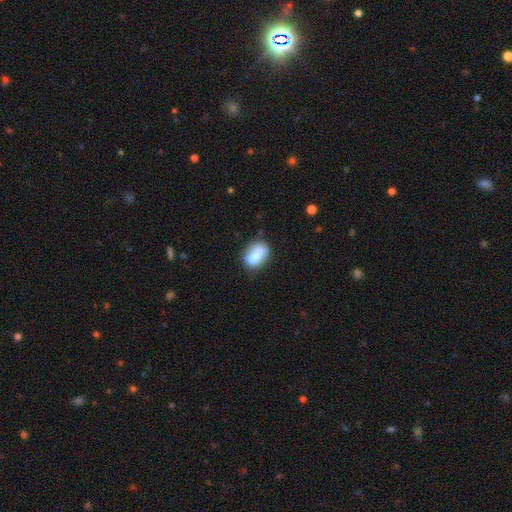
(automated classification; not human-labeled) Smooth or featured?
  - smooth: 75% *
  - featured or disk: 17%
  - star or artifact: 8%
How rounded?
  - in between: 74% *
  - round: 14%
  - cigar-shaped: 13%
Merging?
  - none: 68% *
  - minor disturbance: 20%
  - major disturbance: 6%
  - merger: 6%